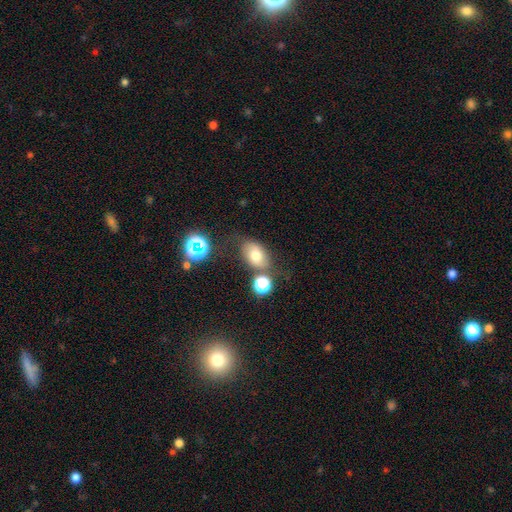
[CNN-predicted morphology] The model was most divided on "merging": none: 64%, minor disturbance: 19%, merger: 10%, major disturbance: 7%. More confident: how rounded — in between (80%); smooth or featured — smooth (67%).